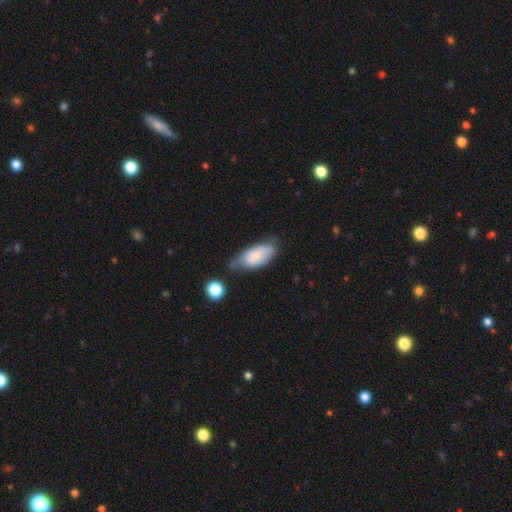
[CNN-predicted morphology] smooth-or-featured: smooth: 63% | featured or disk: 29% | star or artifact: 7%
  how-rounded: in between: 90% | cigar-shaped: 7% | round: 3%
  merging: none: 42% | minor disturbance: 38% | major disturbance: 14% | merger: 6%